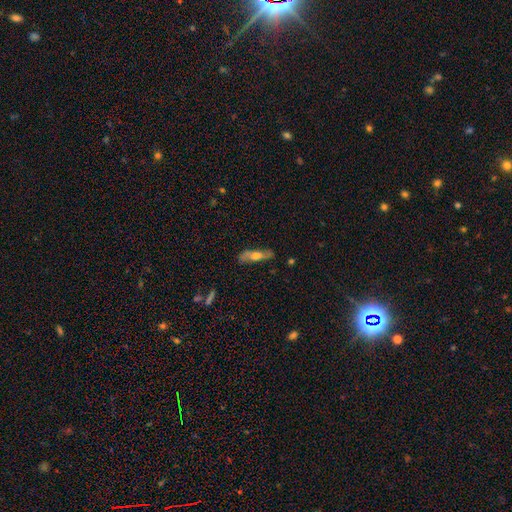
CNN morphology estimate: featured or disk 47%, smooth 46%, star or artifact 7%. Down the decision tree: merging — none (79%).